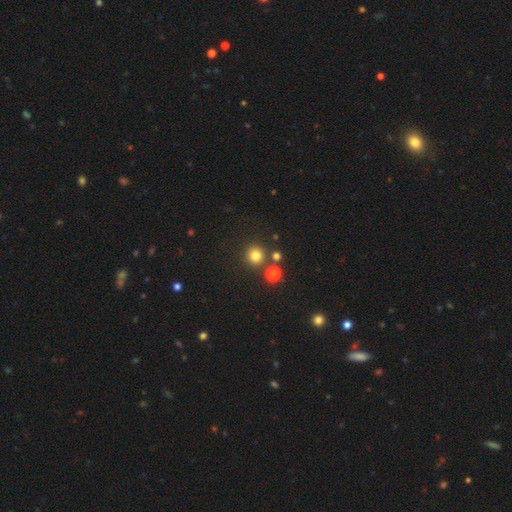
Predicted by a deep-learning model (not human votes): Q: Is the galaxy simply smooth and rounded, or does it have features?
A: smooth — 78%.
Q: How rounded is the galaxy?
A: round — 92%.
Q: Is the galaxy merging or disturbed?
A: none — 81%.